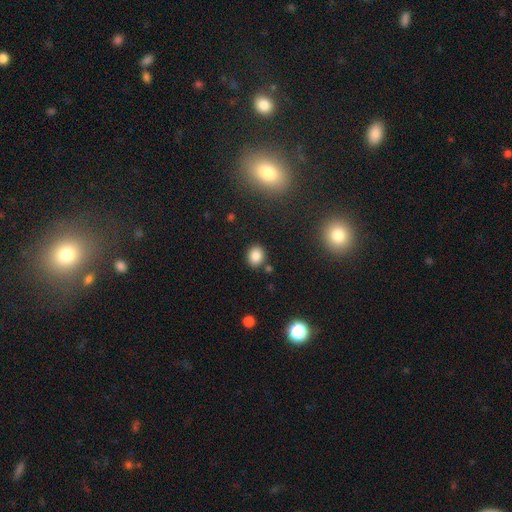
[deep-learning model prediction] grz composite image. It shows a smooth galaxy with no disk features (82%) that is round (57%). Merging: none (84%).